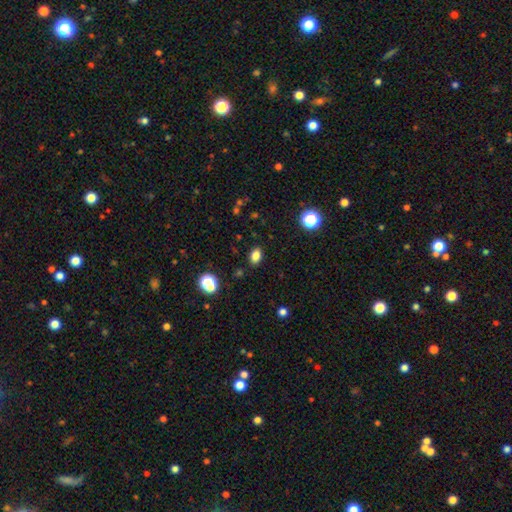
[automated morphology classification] smooth-or-featured: smooth: 82% | star or artifact: 12% | featured or disk: 5%
  how-rounded: in between: 78% | round: 21% | cigar-shaped: 1%
  merging: none: 87% | minor disturbance: 9% | major disturbance: 3% | merger: 2%